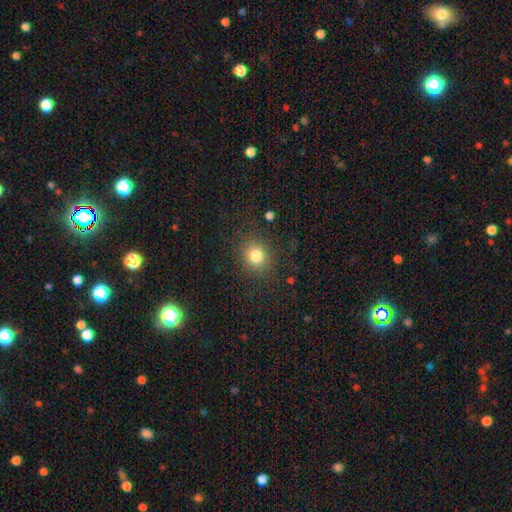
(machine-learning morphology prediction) This appears to be a smooth galaxy with no disk features (81%) that is round (80%). Merging: none (84%).